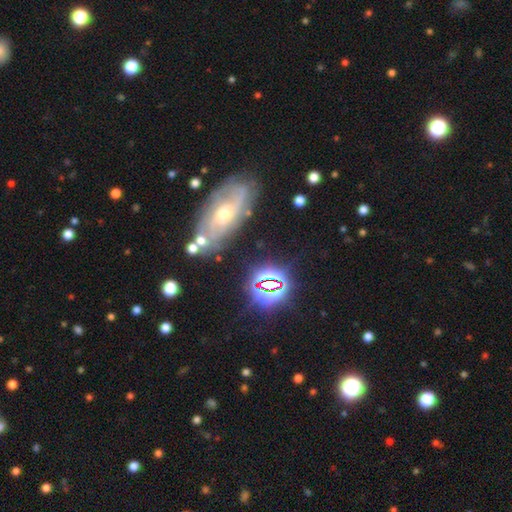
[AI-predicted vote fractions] Smooth or featured? featured or disk (53%)
Edge-on disk? no (76%)
Merging? none (75%)